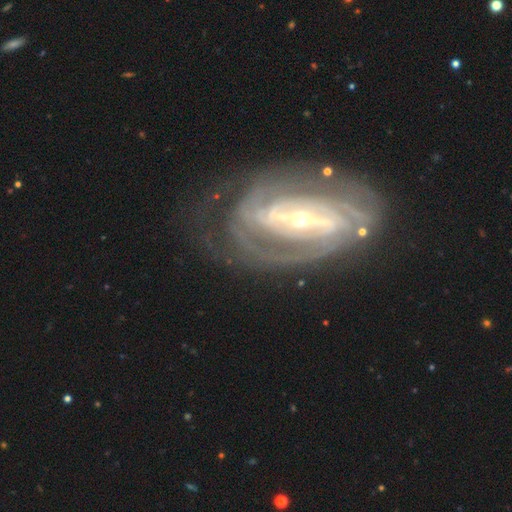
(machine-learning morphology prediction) featured or disk 89%, smooth 6%, star or artifact 5%. Down the decision tree: edge-on disk — no (94%); bar — strong (61%); spiral arms — yes (93%); spiral arm count — 2 (40%); spiral winding — tight (65%); bulge size — small (60%); merging — none (68%).